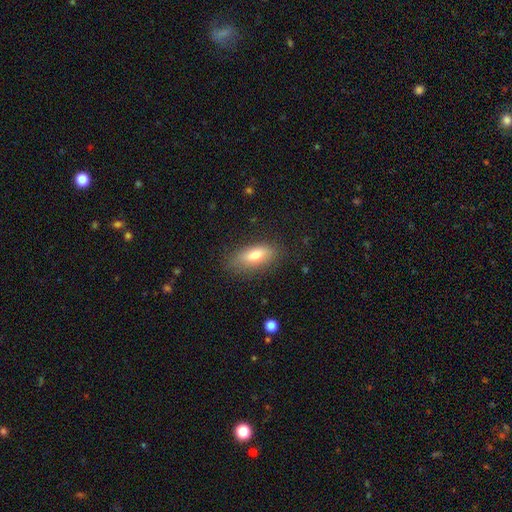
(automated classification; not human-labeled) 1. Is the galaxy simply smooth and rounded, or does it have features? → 74% smooth, 18% featured or disk, 8% star or artifact.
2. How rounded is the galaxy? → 81% in between, 14% cigar-shaped, 5% round.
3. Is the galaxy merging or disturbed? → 81% none, 14% minor disturbance, 4% major disturbance, 1% merger.